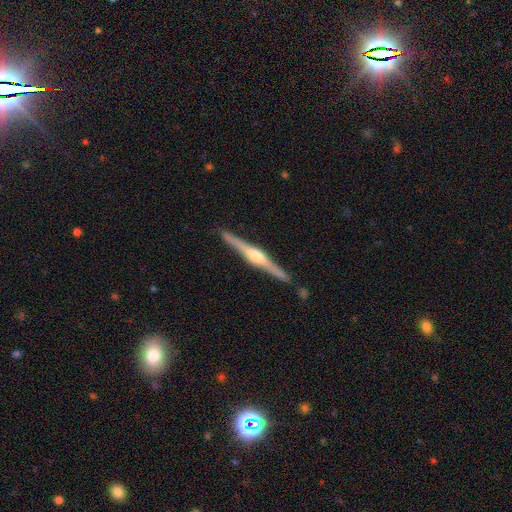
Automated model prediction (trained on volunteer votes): A featured or disk galaxy (83%) viewed edge-on (98%) with a rounded central bulge (89%). Merging: none (90%).